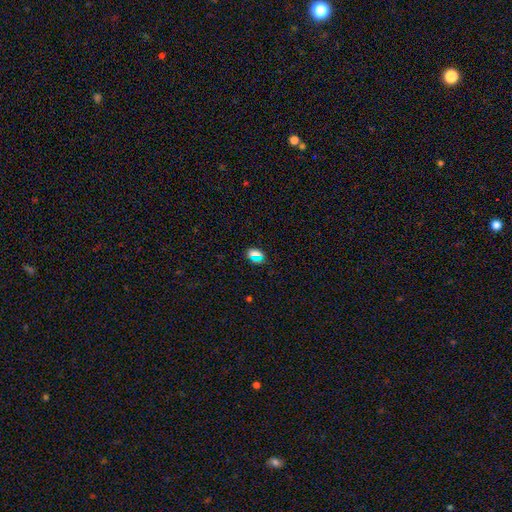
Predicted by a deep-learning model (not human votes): smooth_or_featured: smooth (p=0.60) [alt: star or artifact p=0.31]
how_rounded: in between (p=0.56) [alt: round p=0.39]
merging: none (p=0.81) [alt: minor disturbance p=0.11]